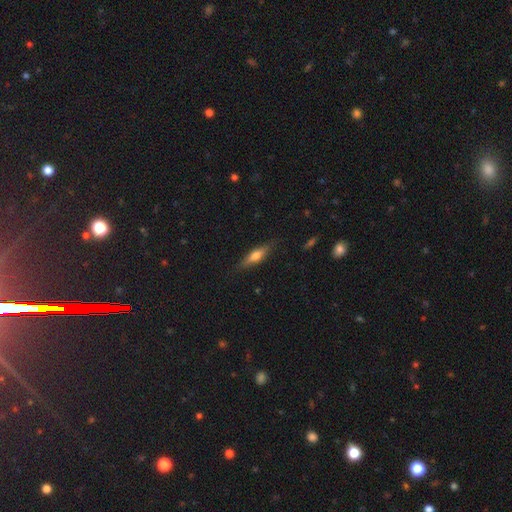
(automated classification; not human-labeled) Overall: smooth (49%; featured or disk 44%). Merging: none (84%).